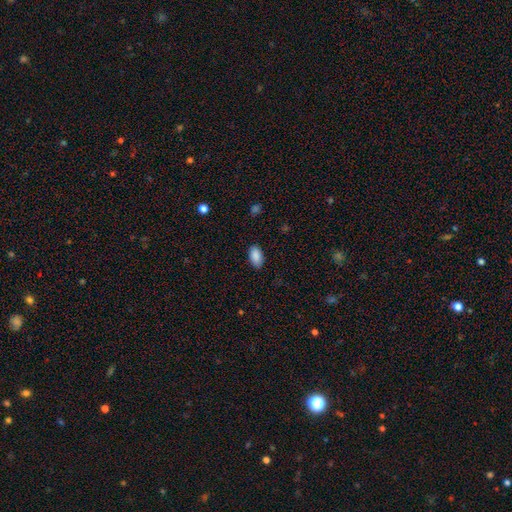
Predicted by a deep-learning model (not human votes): Smooth or featured? smooth (90%)
How rounded? in between (94%)
Merging? none (87%)